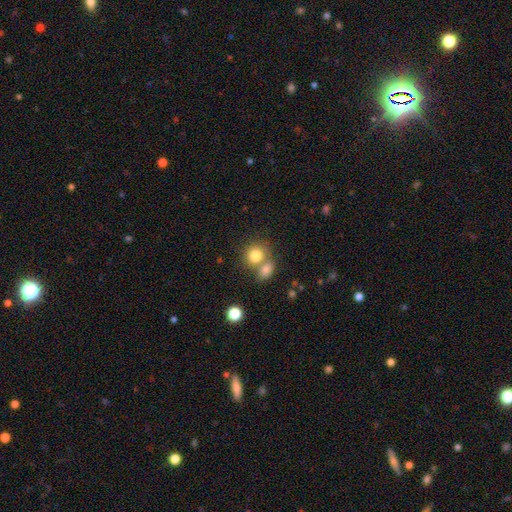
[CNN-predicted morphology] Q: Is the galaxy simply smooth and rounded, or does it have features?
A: smooth — 80%.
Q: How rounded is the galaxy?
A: round — 76%.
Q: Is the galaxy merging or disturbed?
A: none — 44%, tied with merger.